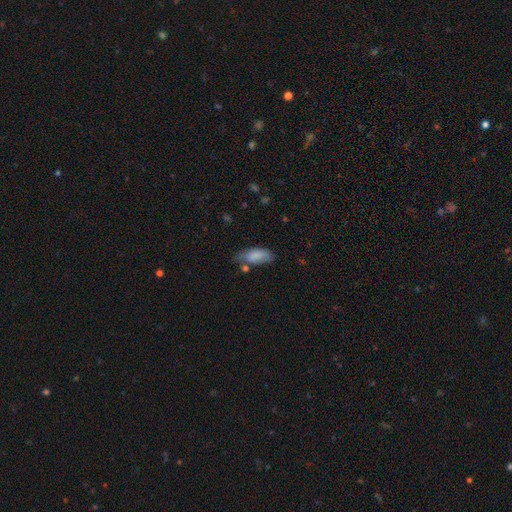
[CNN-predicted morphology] This appears to be a smooth galaxy with no disk features (80%) that is in between round and cigar-shaped (85%). Merging: none (45%).